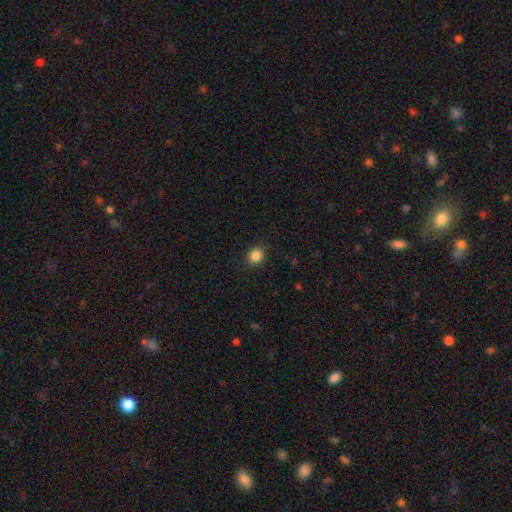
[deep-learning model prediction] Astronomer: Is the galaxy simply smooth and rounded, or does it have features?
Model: smooth — 86%.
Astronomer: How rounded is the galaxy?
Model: round — 75%.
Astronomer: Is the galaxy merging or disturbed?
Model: none — 90%.